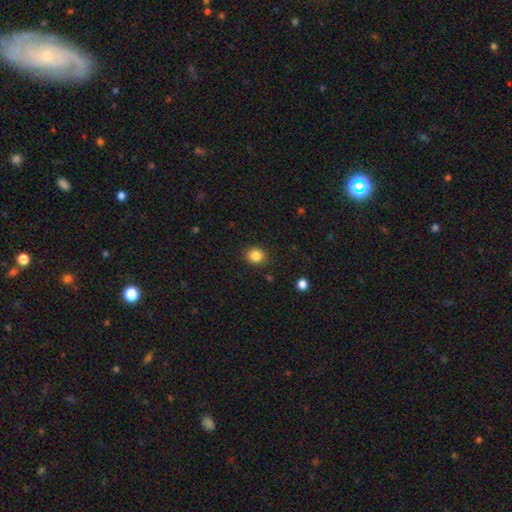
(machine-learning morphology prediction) smooth 85%, star or artifact 11%, featured or disk 5%. Down the decision tree: how rounded — round (76%); merging — none (89%).